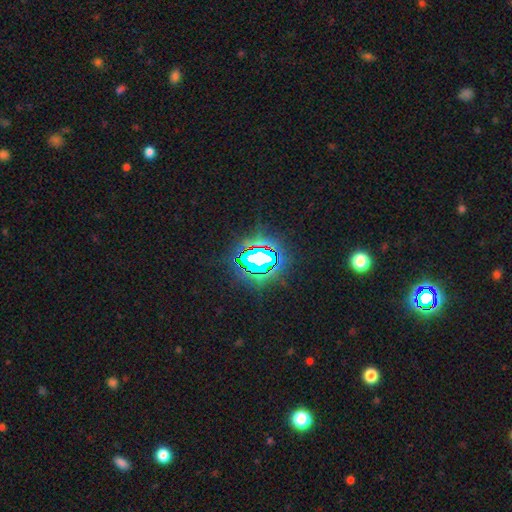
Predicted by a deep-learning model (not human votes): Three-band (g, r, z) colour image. It shows a star or artifact, not a galaxy (81%).